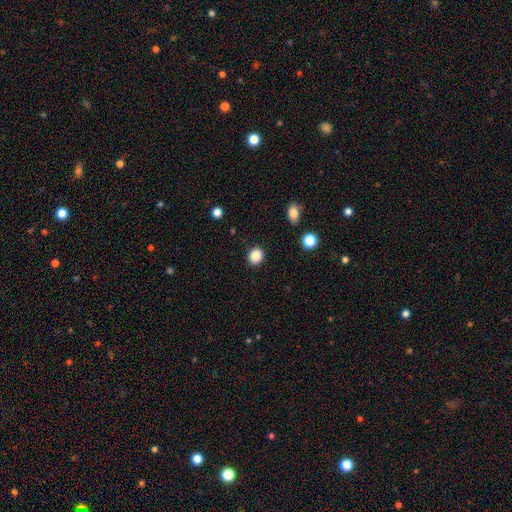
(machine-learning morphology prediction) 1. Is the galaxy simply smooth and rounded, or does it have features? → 87% smooth, 10% star or artifact, 3% featured or disk.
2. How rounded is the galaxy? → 70% round, 29% in between, 1% cigar-shaped.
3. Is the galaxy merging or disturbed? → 90% none, 7% minor disturbance, 2% major disturbance, 1% merger.